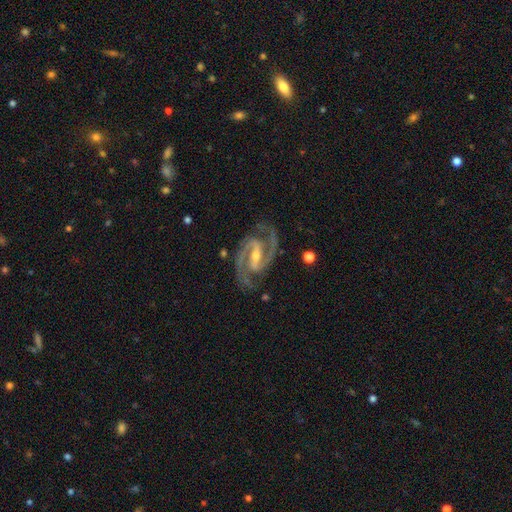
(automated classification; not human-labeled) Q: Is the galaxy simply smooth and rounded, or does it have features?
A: featured or disk — 94%.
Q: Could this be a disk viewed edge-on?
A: no — 98%.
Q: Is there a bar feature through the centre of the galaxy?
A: strong — 57%.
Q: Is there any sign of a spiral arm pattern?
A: yes — 99%.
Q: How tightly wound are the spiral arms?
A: medium — 64%.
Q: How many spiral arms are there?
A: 2 — 94%.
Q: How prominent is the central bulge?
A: small — 53%.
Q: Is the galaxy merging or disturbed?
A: none — 81%.